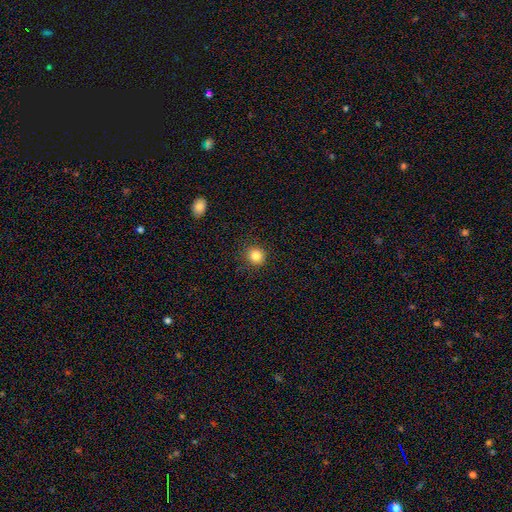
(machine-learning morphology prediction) smooth-or-featured: smooth: 85% | star or artifact: 11% | featured or disk: 5%
  how-rounded: round: 91% | in between: 8% | cigar-shaped: 1%
  merging: none: 90% | minor disturbance: 7% | major disturbance: 2% | merger: 1%